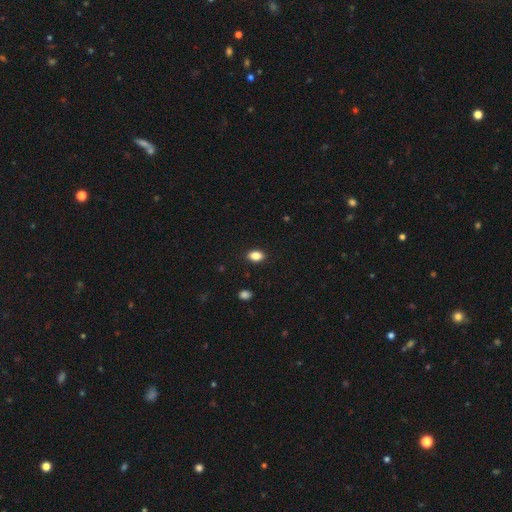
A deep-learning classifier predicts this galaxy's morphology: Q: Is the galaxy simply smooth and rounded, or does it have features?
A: smooth — 86%.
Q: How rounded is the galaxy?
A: in between — 81%.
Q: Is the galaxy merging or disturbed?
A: none — 89%.